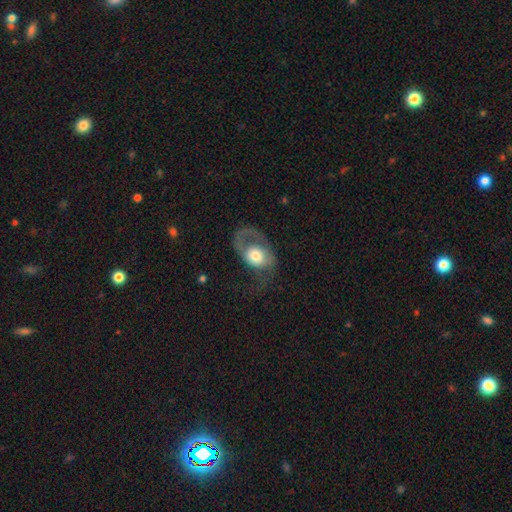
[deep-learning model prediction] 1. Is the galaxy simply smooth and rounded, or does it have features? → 54% featured or disk, 39% smooth, 6% star or artifact.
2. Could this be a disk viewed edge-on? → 95% no, 5% yes.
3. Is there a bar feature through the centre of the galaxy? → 80% no, 16% weak, 4% strong.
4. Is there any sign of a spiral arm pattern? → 68% yes, 32% no.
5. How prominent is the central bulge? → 52% moderate, 32% large, 9% small, 5% dominant, 1% none.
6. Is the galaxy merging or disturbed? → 48% major disturbance, 32% none, 18% minor disturbance, 2% merger.